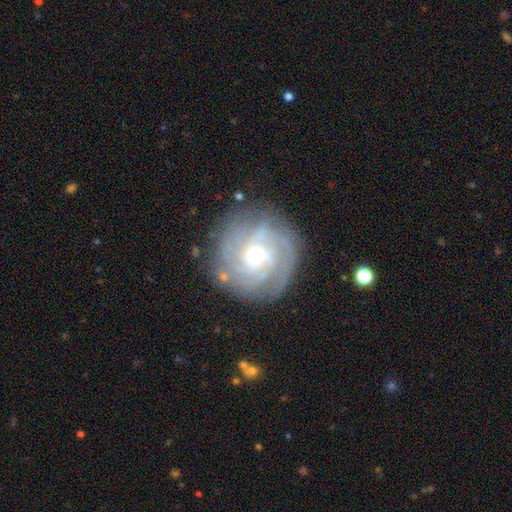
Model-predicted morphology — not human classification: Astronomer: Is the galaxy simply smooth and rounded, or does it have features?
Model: featured or disk — 83%.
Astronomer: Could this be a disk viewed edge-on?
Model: no — 97%.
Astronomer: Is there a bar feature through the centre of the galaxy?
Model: no — 63%.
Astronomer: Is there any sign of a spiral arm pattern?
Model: yes — 95%.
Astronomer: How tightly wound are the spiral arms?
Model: tight — 69%.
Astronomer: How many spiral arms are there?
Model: can't tell — 28% (runner-up: 4, 24%).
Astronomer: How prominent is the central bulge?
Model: moderate — 57% (runner-up: small, 37%).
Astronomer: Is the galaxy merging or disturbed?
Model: none — 82%.